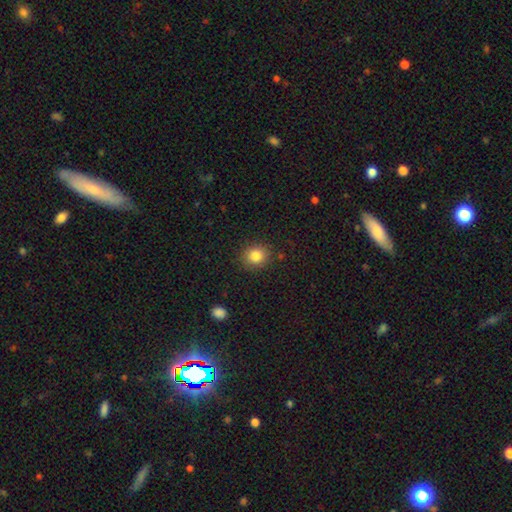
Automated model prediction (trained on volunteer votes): The model was most divided on "how rounded": round: 78%, in between: 21%, cigar-shaped: 1%. More confident: merging — none (88%); smooth or featured — smooth (83%).